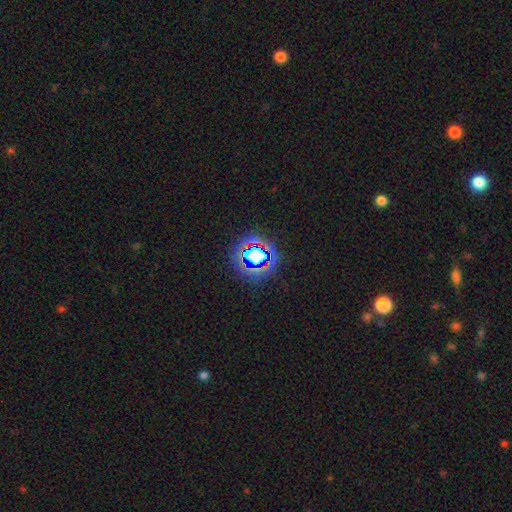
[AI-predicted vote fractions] smooth_or_featured: star or artifact (p=0.62) [alt: smooth p=0.24]